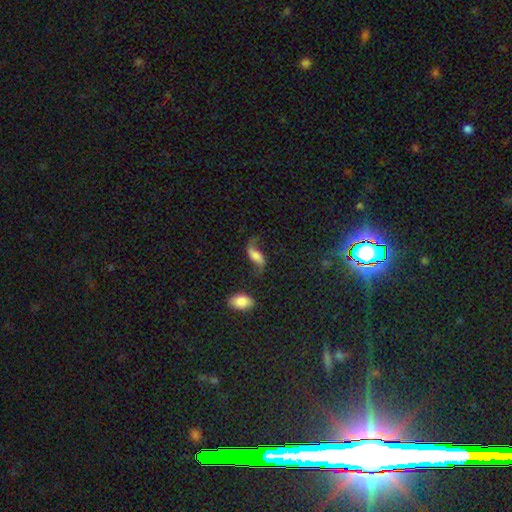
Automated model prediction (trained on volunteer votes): Overall: featured or disk (61%; smooth 29%). Edge-on disk: no (92%). Bar: no (40%; weak 35%). Spiral arms: yes (90%). Spiral arm count: 2 (88%). Spiral winding: loose (88%). Bulge size: moderate (26%; small 25%). Merging: none (56%; minor disturbance 20%).